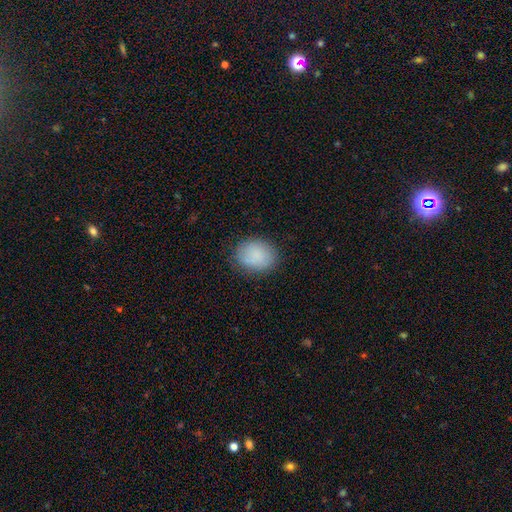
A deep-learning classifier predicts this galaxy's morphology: Smooth or featured: smooth — 85% (featured or disk — 8%)
How rounded: round — 51% (in between — 48%)
Merging: none — 82% (minor disturbance — 13%)